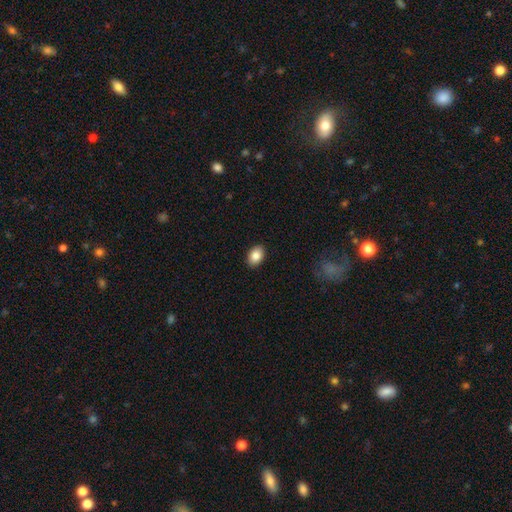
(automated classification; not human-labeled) Smooth or featured: smooth — 86% (star or artifact — 8%)
How rounded: in between — 82% (round — 17%)
Merging: none — 90% (minor disturbance — 7%)